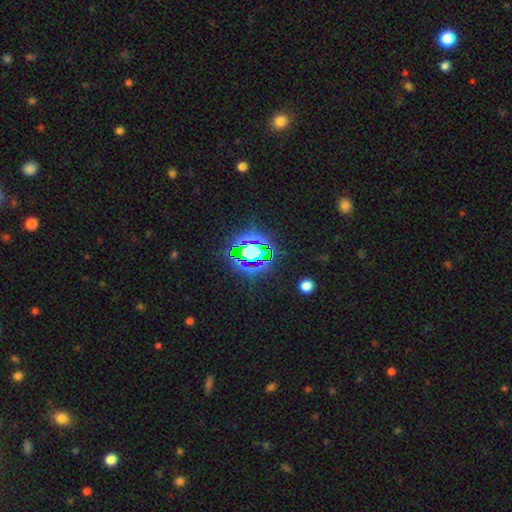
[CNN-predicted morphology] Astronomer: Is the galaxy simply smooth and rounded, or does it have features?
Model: star or artifact — 69%.